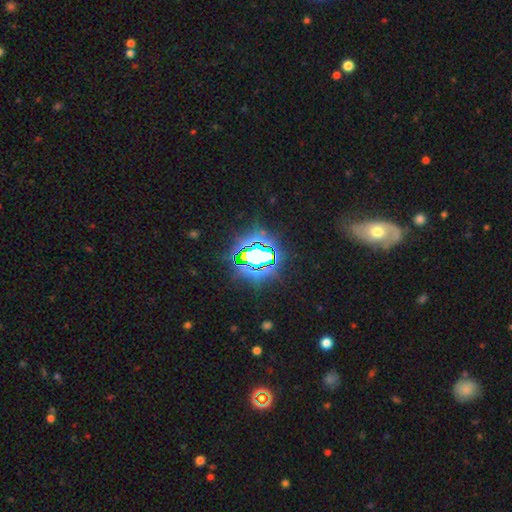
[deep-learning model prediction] Q: Smooth or featured?
A: star or artifact (77%); runner-up: smooth (14%)